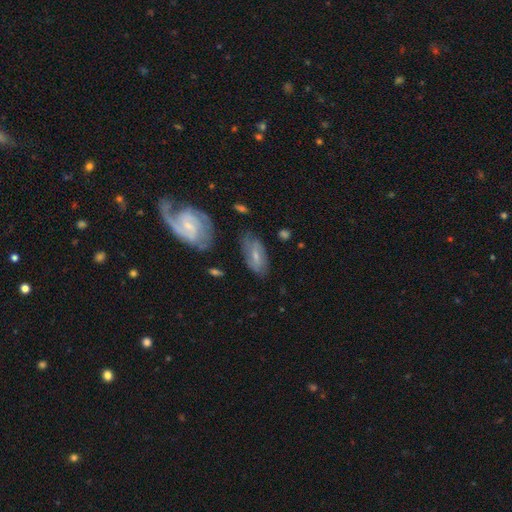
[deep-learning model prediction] Smooth or featured? Predicted: featured or disk (p=0.56). Edge-on disk? Predicted: no (p=0.92). Bar? Predicted: weak (p=0.51). Spiral arms? Predicted: yes (p=0.79). Bulge size? Predicted: small (p=0.57). Merging? Predicted: none (p=0.61).